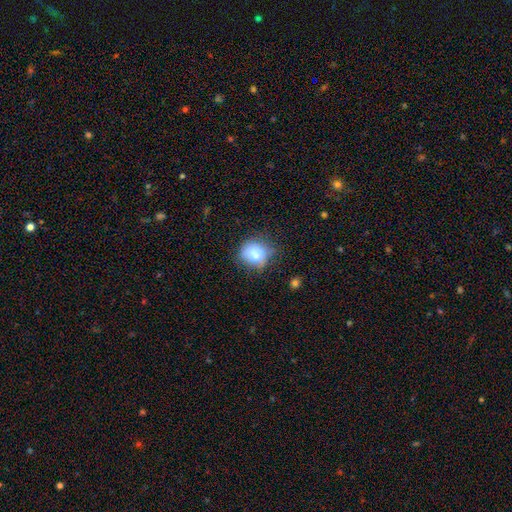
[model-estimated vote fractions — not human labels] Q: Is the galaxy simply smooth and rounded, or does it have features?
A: smooth — 75%.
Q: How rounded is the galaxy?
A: round — 75%.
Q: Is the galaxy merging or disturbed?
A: none — 61%.